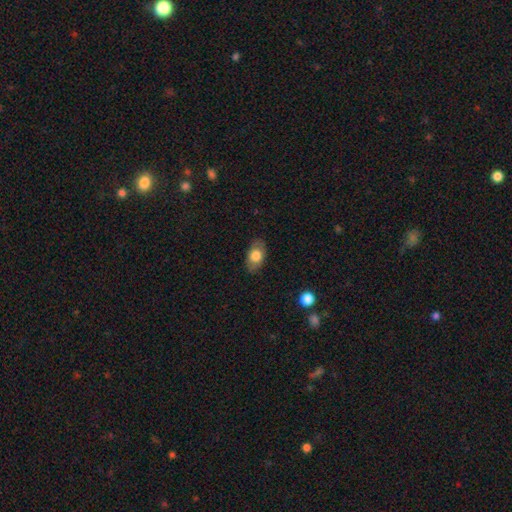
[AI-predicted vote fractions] A smooth galaxy with no disk features (75%) that is in between round and cigar-shaped (88%).

Vote fractions:
- Smooth or featured? smooth: 75% / featured or disk: 18% / star or artifact: 7%
- How rounded? in between: 88% / round: 10% / cigar-shaped: 2%
- Merging? none: 83% / minor disturbance: 13% / major disturbance: 3% / merger: 1%